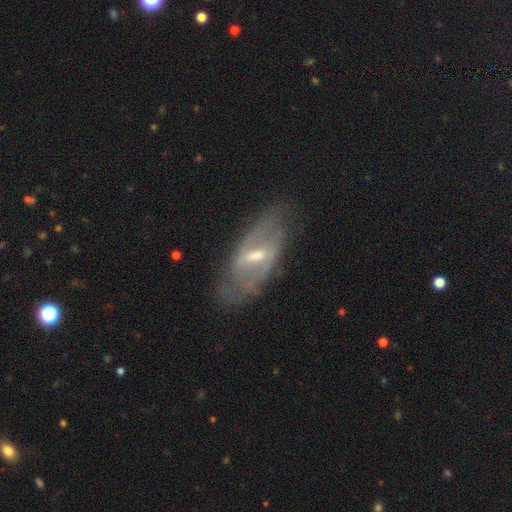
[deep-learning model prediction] Smooth or featured? Predicted: featured or disk (p=0.74). Edge-on disk? Predicted: no (p=0.84). Bar? Predicted: weak (p=0.45). Spiral arms? Predicted: yes (p=0.65). Bulge size? Predicted: moderate (p=0.52). Merging? Predicted: none (p=0.73).